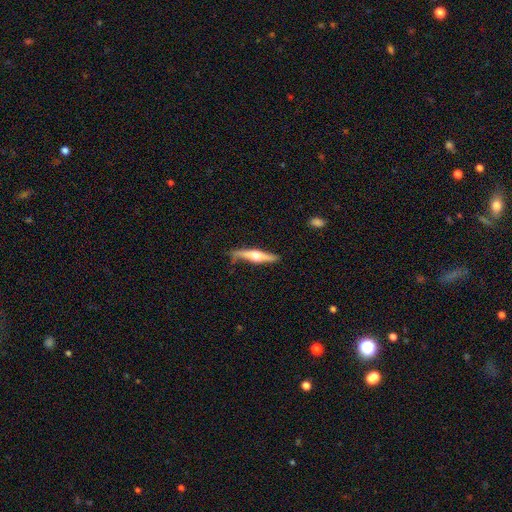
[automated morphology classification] smooth-or-featured: featured or disk: 62% | smooth: 33% | star or artifact: 5%
  disk-edge-on: yes: 95% | no: 5%
    edge-on-bulge: rounded: 93% | boxy: 4% | none: 3%
  merging: none: 76% | minor disturbance: 18% | major disturbance: 4% | merger: 2%